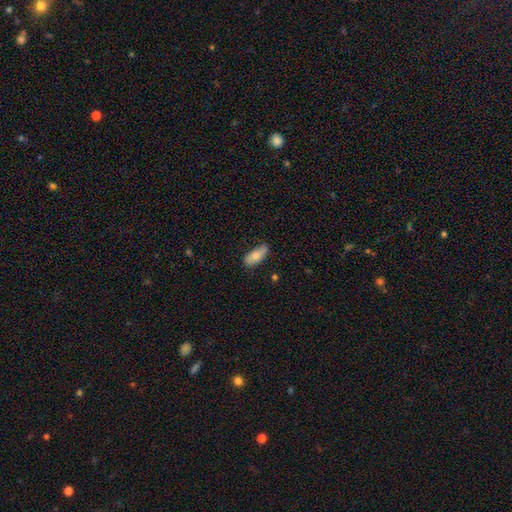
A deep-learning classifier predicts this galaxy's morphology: smooth 73%, featured or disk 20%, star or artifact 6%. Down the decision tree: how rounded — in between (82%); merging — none (72%).